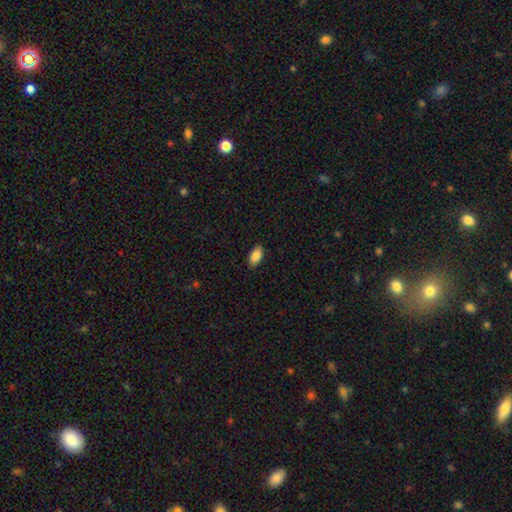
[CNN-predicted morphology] smooth_or_featured: smooth (p=0.86) [alt: star or artifact p=0.07]
how_rounded: in between (p=0.93) [alt: cigar-shaped p=0.04]
merging: none (p=0.89) [alt: minor disturbance p=0.09]